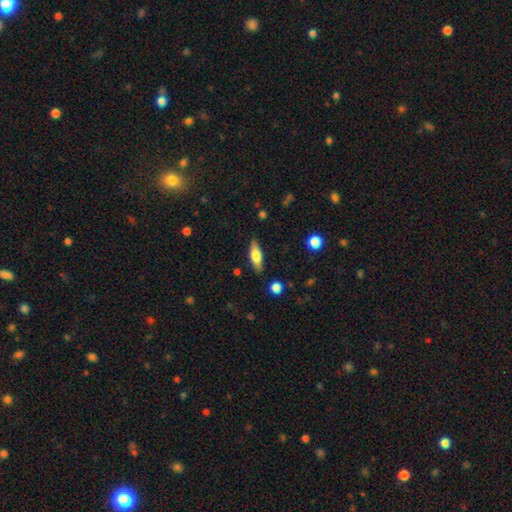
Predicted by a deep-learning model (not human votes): Q: Smooth or featured?
A: smooth (59%); runner-up: featured or disk (34%)
Q: How rounded?
A: in between (56%); runner-up: cigar-shaped (41%)
Q: Merging?
A: none (85%); runner-up: minor disturbance (11%)